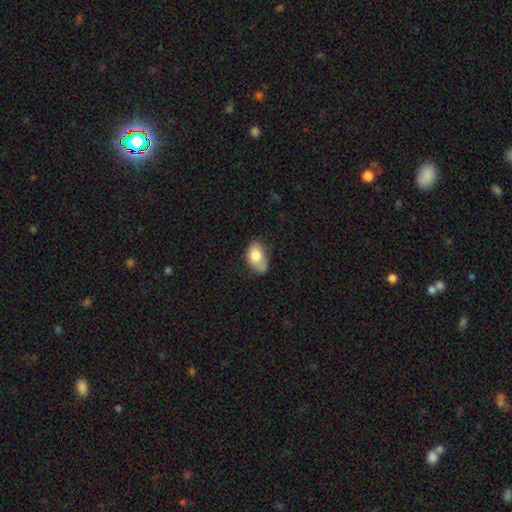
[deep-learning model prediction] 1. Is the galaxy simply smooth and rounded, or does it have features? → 78% smooth, 15% featured or disk, 8% star or artifact.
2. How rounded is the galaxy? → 83% in between, 15% round, 1% cigar-shaped.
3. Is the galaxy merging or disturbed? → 39% none, 35% minor disturbance, 14% merger, 12% major disturbance.